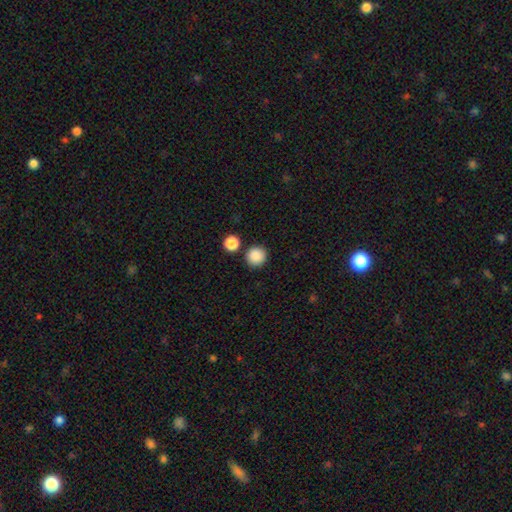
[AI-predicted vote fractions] A smooth galaxy with no disk features (88%) that is round (93%). Merging: none (85%).